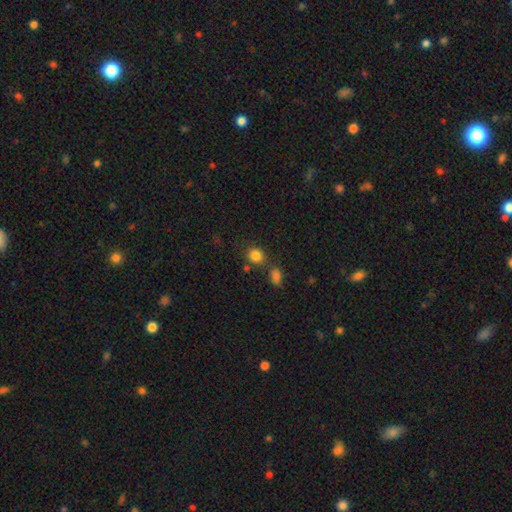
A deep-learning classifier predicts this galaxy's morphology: smooth-or-featured: smooth: 83% | star or artifact: 11% | featured or disk: 6%
  how-rounded: round: 72% | in between: 27% | cigar-shaped: 1%
  merging: none: 68% | merger: 15% | minor disturbance: 12% | major disturbance: 5%